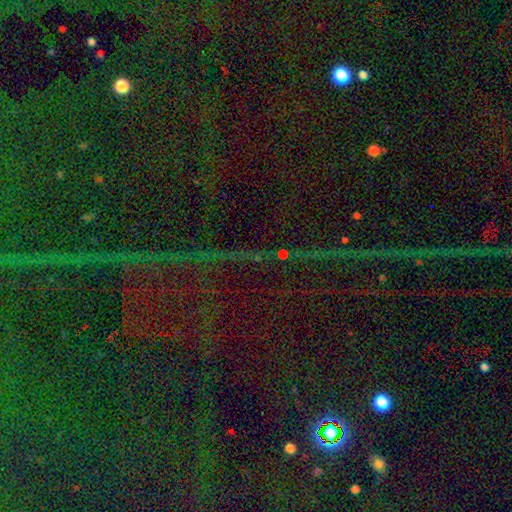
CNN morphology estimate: smooth_or_featured: star or artifact (p=0.84) [alt: smooth p=0.09]